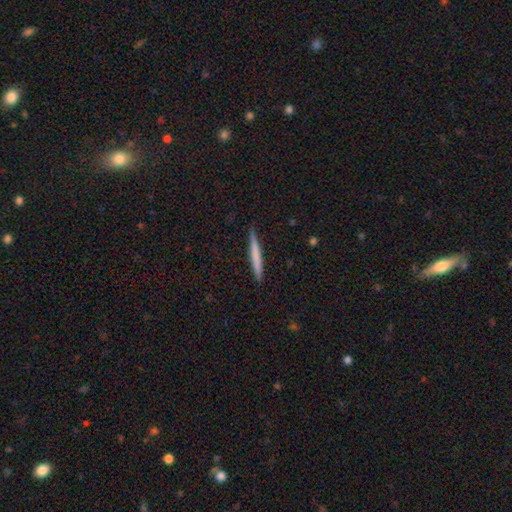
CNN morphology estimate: This is likely a smooth galaxy (65%). How rounded: clearly cigar-shaped (97%). Merging: clearly none (90%).